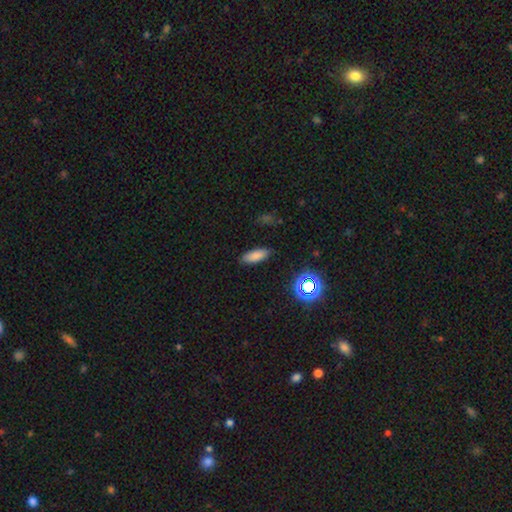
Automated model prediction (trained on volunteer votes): A smooth galaxy with no disk features (81%) that is in between round and cigar-shaped (72%).

Vote fractions:
- Smooth or featured? smooth: 81% / star or artifact: 13% / featured or disk: 7%
- How rounded? in between: 72% / cigar-shaped: 26% / round: 3%
- Merging? none: 86% / minor disturbance: 10% / major disturbance: 3% / merger: 1%